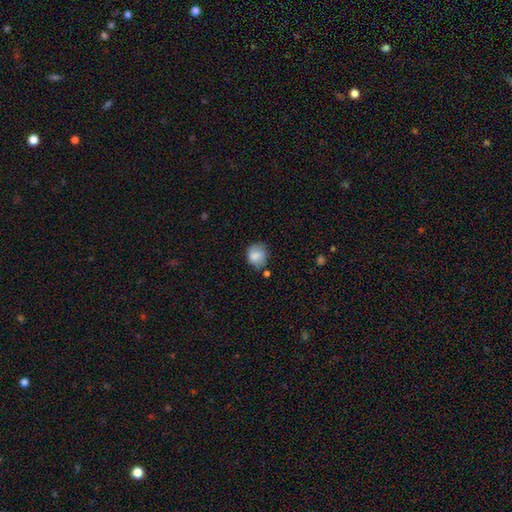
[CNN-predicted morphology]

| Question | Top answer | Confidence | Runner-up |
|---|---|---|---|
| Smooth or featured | smooth | 82% | featured or disk (10%) |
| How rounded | round | 66% | in between (33%) |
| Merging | none | 62% | minor disturbance (25%) |